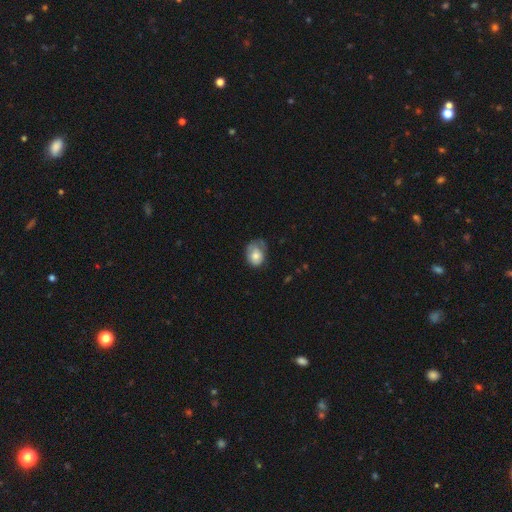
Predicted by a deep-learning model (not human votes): Morphology: type=smooth (68%); roundness=in between (63%); merging=none (39%).